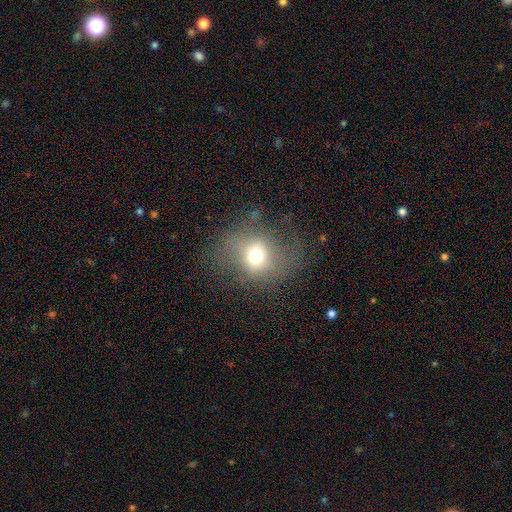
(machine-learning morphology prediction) smooth-or-featured: smooth: 61% | featured or disk: 23% | star or artifact: 17%
  how-rounded: round: 71% | in between: 28% | cigar-shaped: 1%
  merging: none: 57% | major disturbance: 22% | minor disturbance: 19% | merger: 2%